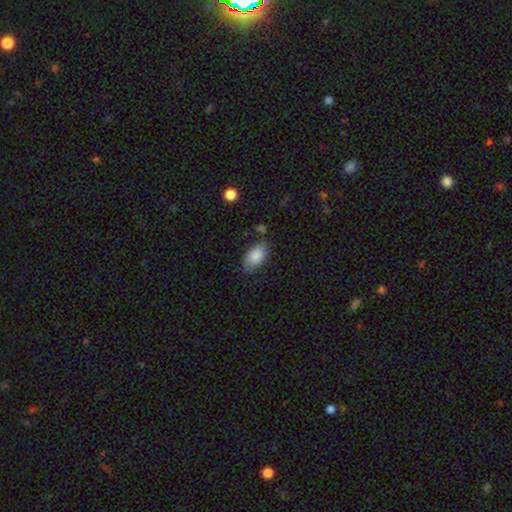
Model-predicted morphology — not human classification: A smooth galaxy with no disk features (84%) that is in between round and cigar-shaped (94%). Merging: none (74%).